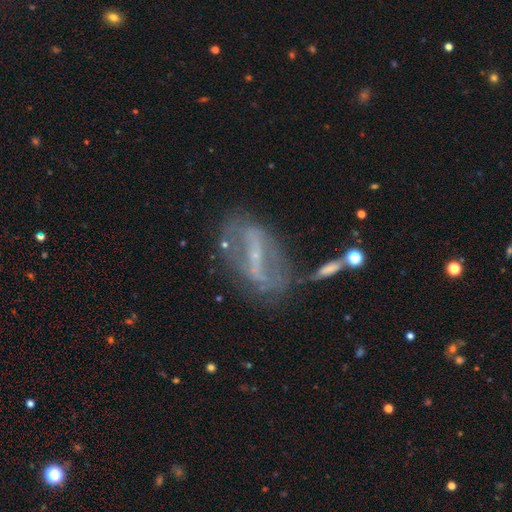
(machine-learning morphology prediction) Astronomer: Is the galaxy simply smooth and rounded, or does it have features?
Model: featured or disk — 74%.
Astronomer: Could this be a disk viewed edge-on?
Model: no — 84%.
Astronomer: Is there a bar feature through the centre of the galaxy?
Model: strong — 58%.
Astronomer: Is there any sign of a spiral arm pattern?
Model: yes — 57% (runner-up: no, 43%).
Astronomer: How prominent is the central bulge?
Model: small — 75%.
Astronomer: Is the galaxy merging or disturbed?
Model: none — 52%.